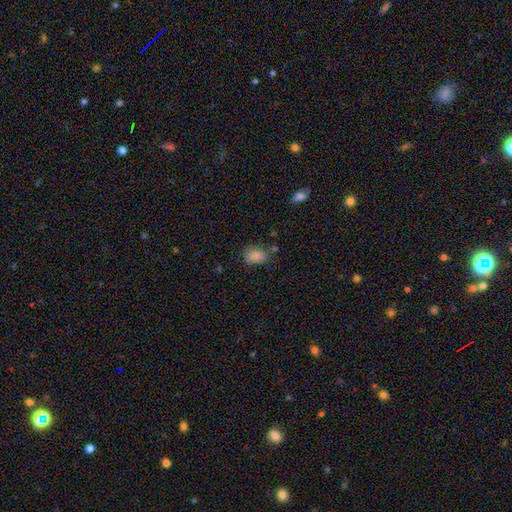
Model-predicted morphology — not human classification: This appears to be a smooth galaxy with no disk features (84%) that is in between round and cigar-shaped (75%). Merging: none (63%).